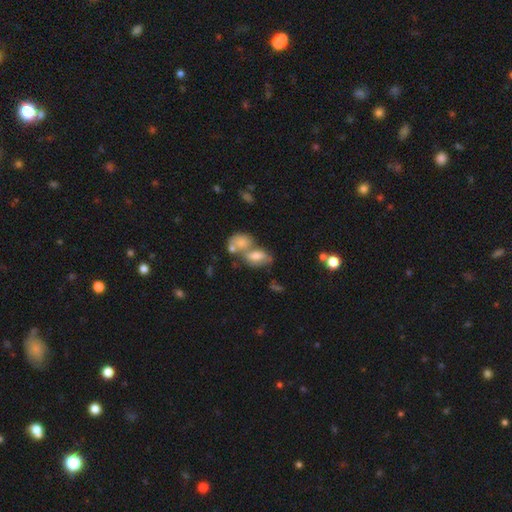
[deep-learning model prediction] Smooth or featured?
  - smooth: 55% *
  - featured or disk: 32%
  - star or artifact: 13%
How rounded?
  - in between: 84% *
  - round: 12%
  - cigar-shaped: 4%
Merging?
  - merger: 53% *
  - none: 27%
  - minor disturbance: 12%
  - major disturbance: 8%